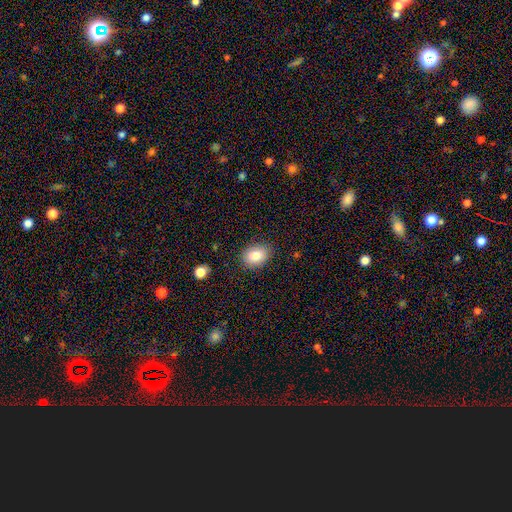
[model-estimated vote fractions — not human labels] smooth-or-featured: smooth: 82% | featured or disk: 9% | star or artifact: 8%
  how-rounded: in between: 69% | round: 30% | cigar-shaped: 1%
  merging: none: 85% | minor disturbance: 11% | major disturbance: 3% | merger: 1%